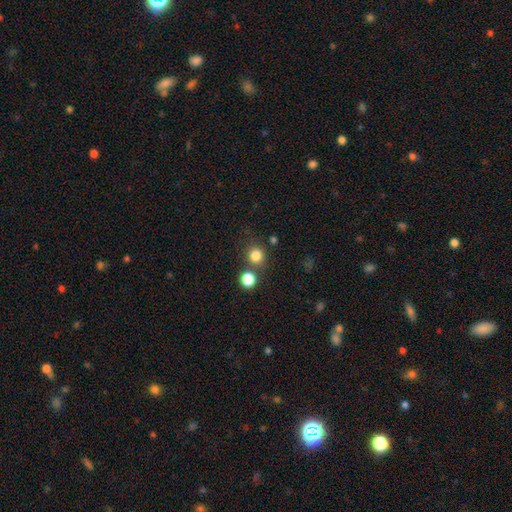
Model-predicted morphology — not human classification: smooth 82%, star or artifact 13%, featured or disk 5%. Down the decision tree: how rounded — round (89%); merging — none (75%).